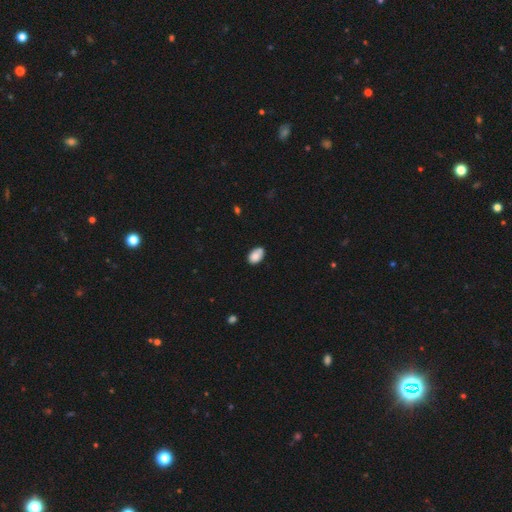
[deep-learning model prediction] smooth_or_featured: smooth (p=0.84) [alt: star or artifact p=0.08]
how_rounded: in between (p=0.88) [alt: round p=0.11]
merging: none (p=0.65) [alt: minor disturbance p=0.25]